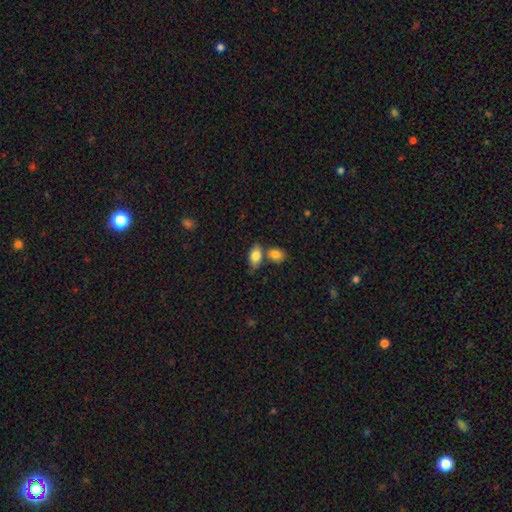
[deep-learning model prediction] smooth-or-featured: smooth: 82% | featured or disk: 10% | star or artifact: 7%
  how-rounded: in between: 88% | round: 8% | cigar-shaped: 4%
  merging: none: 55% | merger: 26% | minor disturbance: 15% | major disturbance: 4%